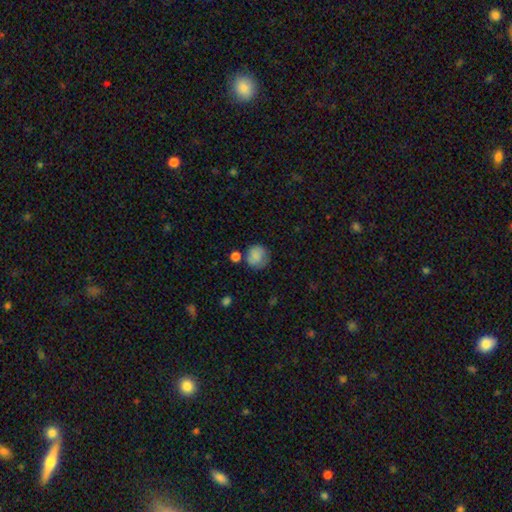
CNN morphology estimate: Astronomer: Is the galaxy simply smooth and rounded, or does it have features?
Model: smooth — 78%.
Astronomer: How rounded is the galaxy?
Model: round — 86%.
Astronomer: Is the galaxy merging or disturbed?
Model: none — 63%.